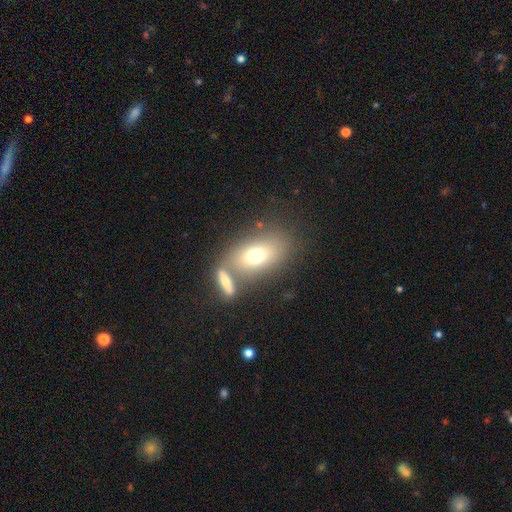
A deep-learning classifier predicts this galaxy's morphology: Q: Smooth or featured?
A: smooth (70%); runner-up: featured or disk (20%)
Q: How rounded?
A: in between (81%); runner-up: round (14%)
Q: Merging?
A: none (56%); runner-up: merger (26%)